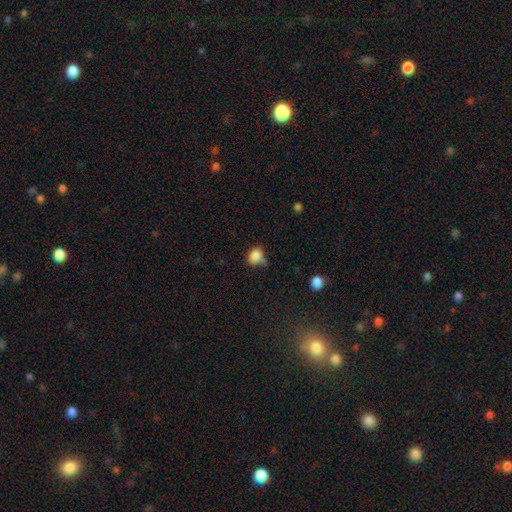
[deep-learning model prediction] smooth_or_featured: smooth (p=0.85) [alt: star or artifact p=0.10]
how_rounded: in between (p=0.51) [alt: round p=0.48]
merging: none (p=0.53) [alt: minor disturbance p=0.29]